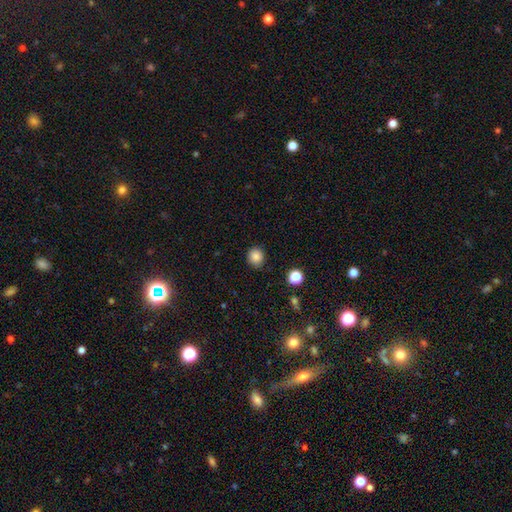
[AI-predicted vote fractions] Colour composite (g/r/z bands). It shows a smooth galaxy with no disk features (85%) that is round (86%). Merging: none (88%).